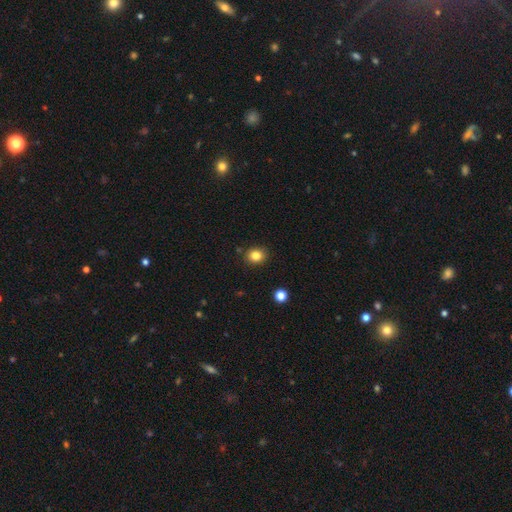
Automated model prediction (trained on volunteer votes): Smooth or featured: smooth — 83% (star or artifact — 12%)
How rounded: round — 73% (in between — 26%)
Merging: none — 88% (minor disturbance — 8%)